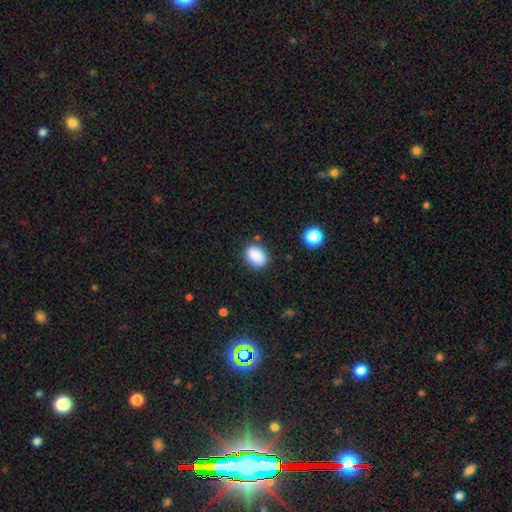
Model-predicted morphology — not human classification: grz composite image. It shows a smooth galaxy with no disk features (88%) that is in between round and cigar-shaped (72%). Merging: none (82%).